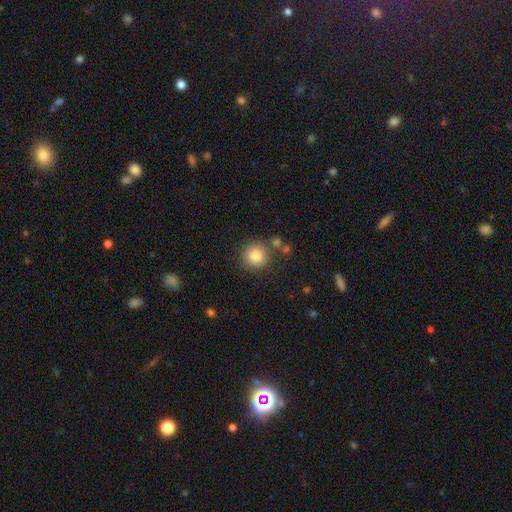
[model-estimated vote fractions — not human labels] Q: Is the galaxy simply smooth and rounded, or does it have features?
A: smooth — 83%.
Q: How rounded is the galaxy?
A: round — 93%.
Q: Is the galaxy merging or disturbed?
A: none — 80%.